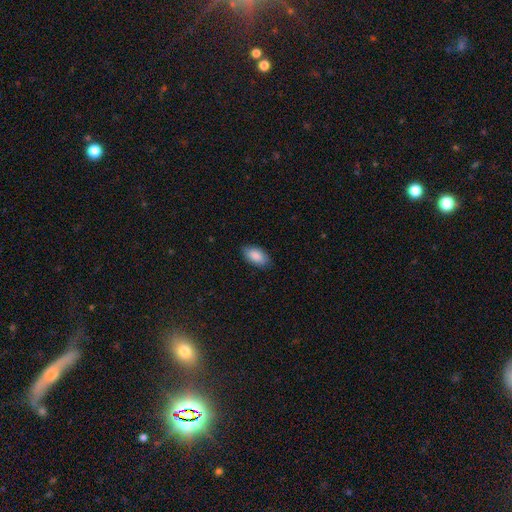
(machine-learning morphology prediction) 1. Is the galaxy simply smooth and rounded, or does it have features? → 88% smooth, 6% featured or disk, 6% star or artifact.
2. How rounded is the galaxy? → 94% in between, 3% round, 3% cigar-shaped.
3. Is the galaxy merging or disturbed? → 84% none, 12% minor disturbance, 2% major disturbance, 1% merger.